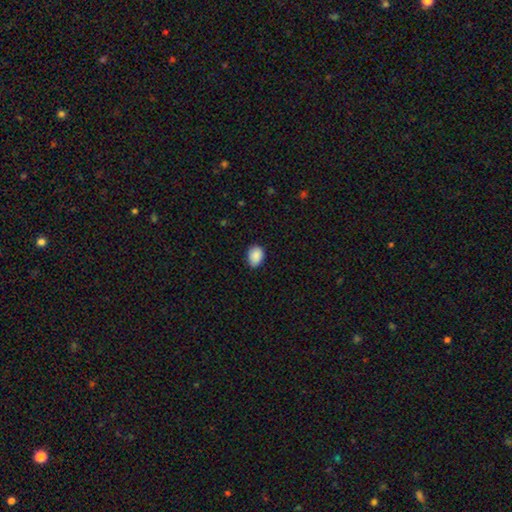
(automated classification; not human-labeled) The model was most divided on "how rounded": in between: 72%, round: 27%, cigar-shaped: 1%. More confident: smooth or featured — smooth (90%); merging — none (81%).